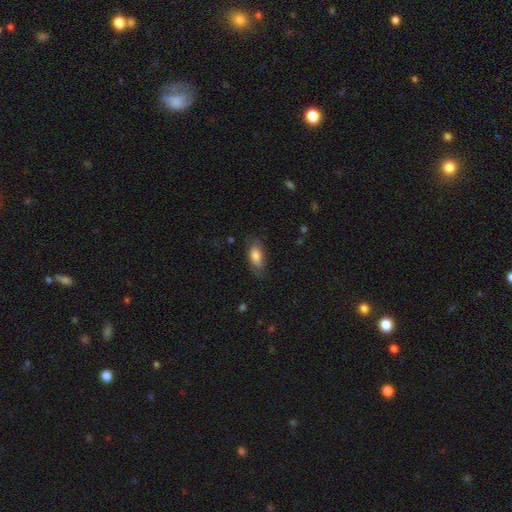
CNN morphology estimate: smooth 80%, featured or disk 13%, star or artifact 7%. Down the decision tree: how rounded — in between (82%); merging — none (71%).